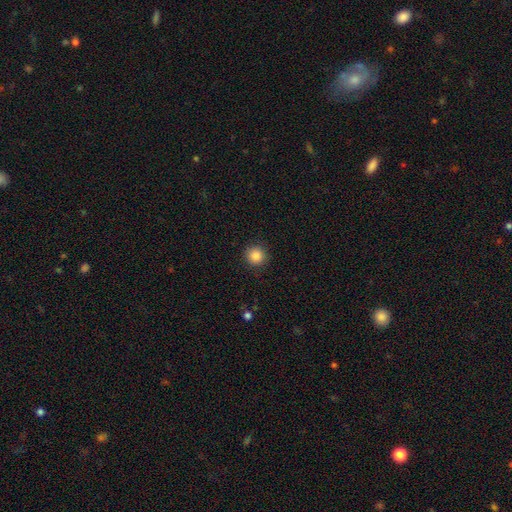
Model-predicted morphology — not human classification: This is clearly a smooth galaxy (86%). How rounded: clearly round (95%). Merging: clearly none (91%).